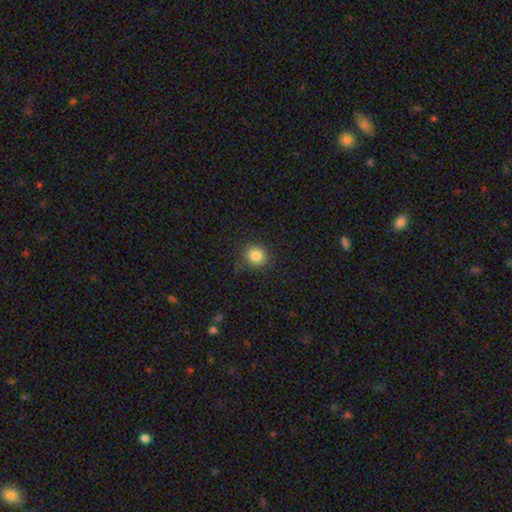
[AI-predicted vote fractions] Smooth or featured? smooth (84%)
How rounded? round (85%)
Merging? none (86%)